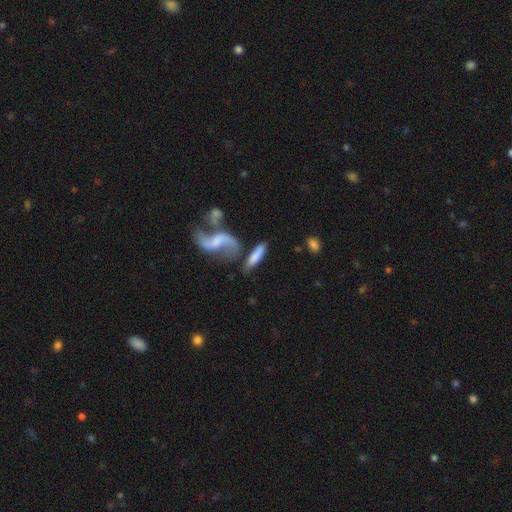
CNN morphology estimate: The model was most divided on "merging": none: 51%, merger: 24%, minor disturbance: 16%, major disturbance: 9%. More confident: how rounded — cigar-shaped (62%); smooth or featured — smooth (60%).